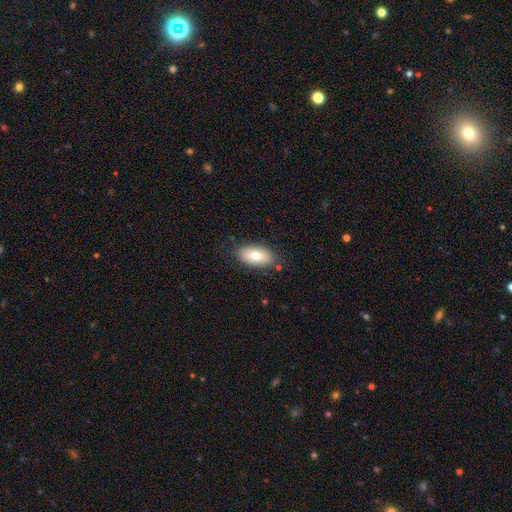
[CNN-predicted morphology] Q: Smooth or featured?
A: smooth (74%); runner-up: featured or disk (19%)
Q: How rounded?
A: in between (93%); runner-up: round (4%)
Q: Merging?
A: none (83%); runner-up: minor disturbance (13%)